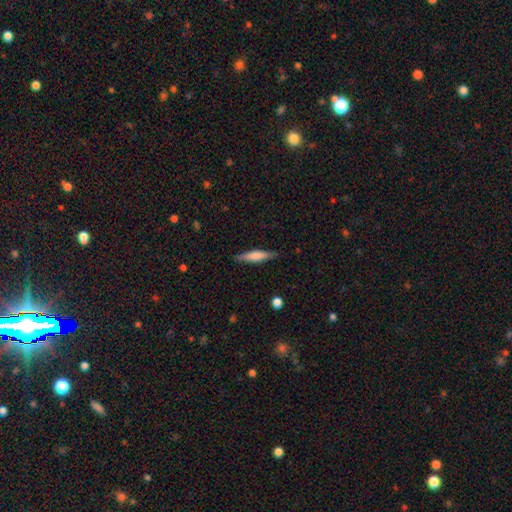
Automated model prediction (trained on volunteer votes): The model was most divided on "smooth or featured": smooth: 59%, featured or disk: 36%, star or artifact: 6%. More confident: merging — none (87%); how rounded — cigar-shaped (84%).